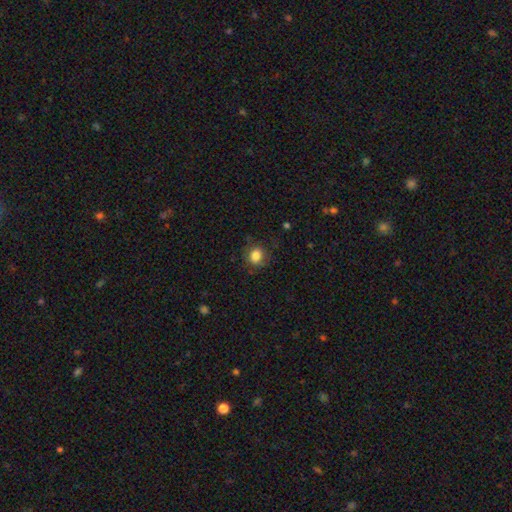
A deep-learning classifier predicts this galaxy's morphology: smooth-or-featured: smooth: 82% | star or artifact: 10% | featured or disk: 8%
  how-rounded: round: 75% | in between: 24% | cigar-shaped: 1%
  merging: none: 76% | minor disturbance: 16% | major disturbance: 6% | merger: 1%